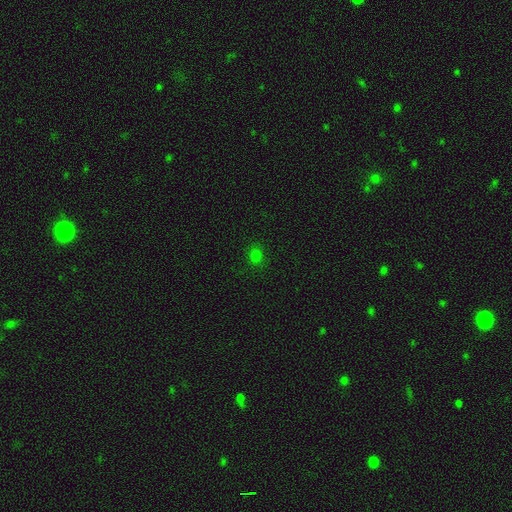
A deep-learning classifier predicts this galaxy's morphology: Smooth or featured?
  - smooth: 75% *
  - star or artifact: 21%
  - featured or disk: 4%
How rounded?
  - round: 58% *
  - in between: 40%
  - cigar-shaped: 1%
Merging?
  - none: 86% *
  - minor disturbance: 10%
  - major disturbance: 3%
  - merger: 2%